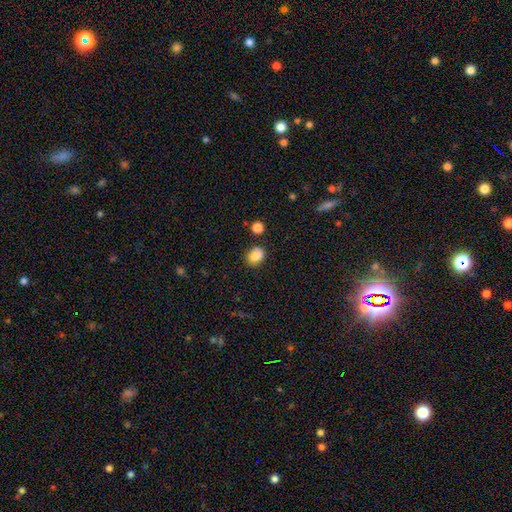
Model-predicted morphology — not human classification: A smooth galaxy with no disk features (86%) that is in between round and cigar-shaped (63%). Merging: none (75%).